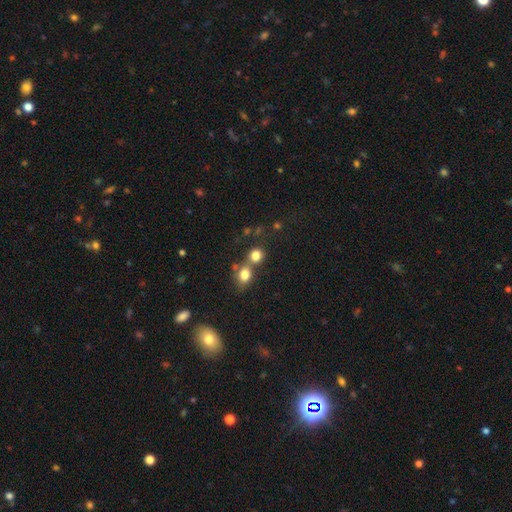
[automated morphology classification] This is likely a smooth galaxy (79%). How rounded: likely round (76%). Merging: possibly none (48%).